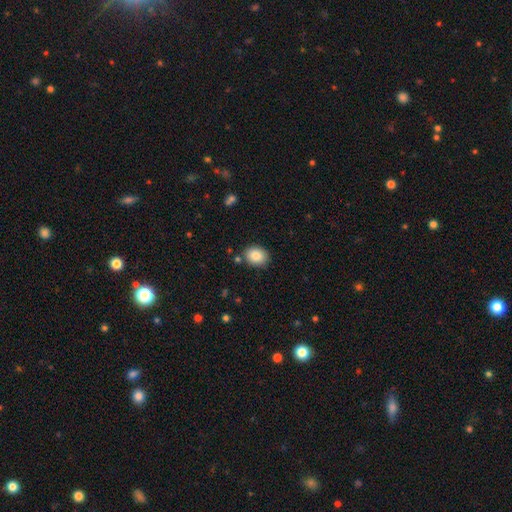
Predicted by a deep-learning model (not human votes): Q: Smooth or featured?
A: smooth (85%); runner-up: star or artifact (9%)
Q: How rounded?
A: in between (53%); runner-up: round (46%)
Q: Merging?
A: none (85%); runner-up: minor disturbance (10%)